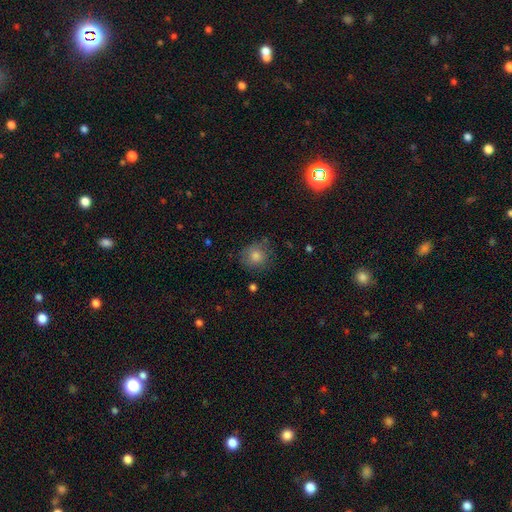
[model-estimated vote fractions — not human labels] smooth-or-featured: smooth: 73% | star or artifact: 15% | featured or disk: 12%
  how-rounded: round: 86% | in between: 13% | cigar-shaped: 1%
  merging: none: 76% | minor disturbance: 17% | major disturbance: 5% | merger: 2%